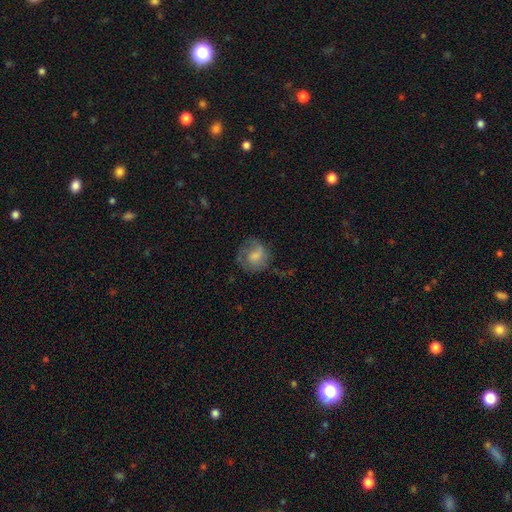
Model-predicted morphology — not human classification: smooth-or-featured: smooth: 60% | featured or disk: 32% | star or artifact: 8%
  how-rounded: round: 77% | in between: 22% | cigar-shaped: 1%
  merging: none: 53% | minor disturbance: 25% | major disturbance: 20% | merger: 2%